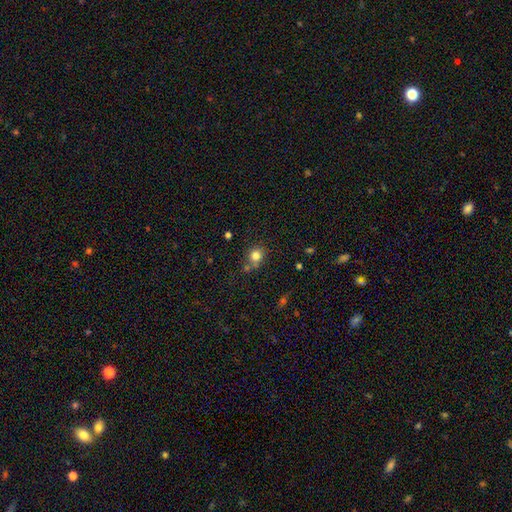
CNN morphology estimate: The model was most divided on "merging": none: 65%, minor disturbance: 16%, merger: 15%, major disturbance: 5%. More confident: smooth or featured — smooth (80%); how rounded — round (80%).